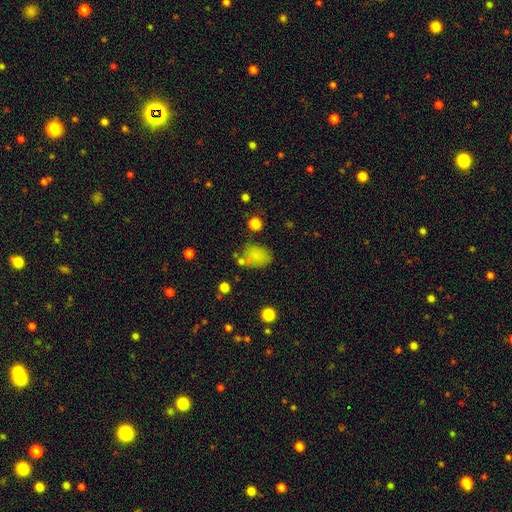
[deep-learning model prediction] This appears to be a smooth galaxy with no disk features (79%) that is in between round and cigar-shaped (71%). Merging: none (59%).